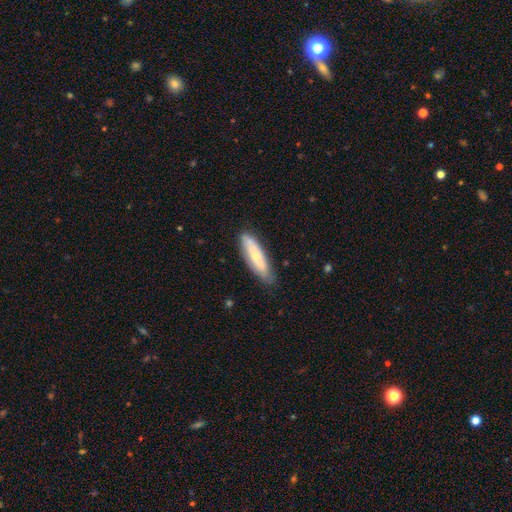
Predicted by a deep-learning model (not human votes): Q: Smooth or featured?
A: smooth (54%); runner-up: featured or disk (40%)
Q: How rounded?
A: cigar-shaped (59%); runner-up: in between (39%)
Q: Merging?
A: none (79%); runner-up: minor disturbance (16%)